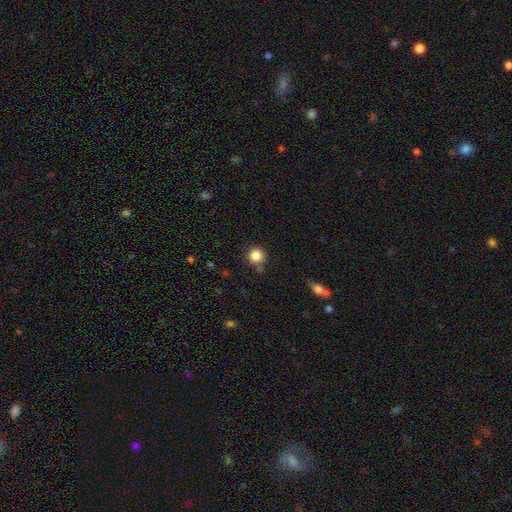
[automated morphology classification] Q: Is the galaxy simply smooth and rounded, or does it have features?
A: smooth — 85%.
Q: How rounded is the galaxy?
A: round — 94%.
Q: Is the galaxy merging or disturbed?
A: none — 82%.